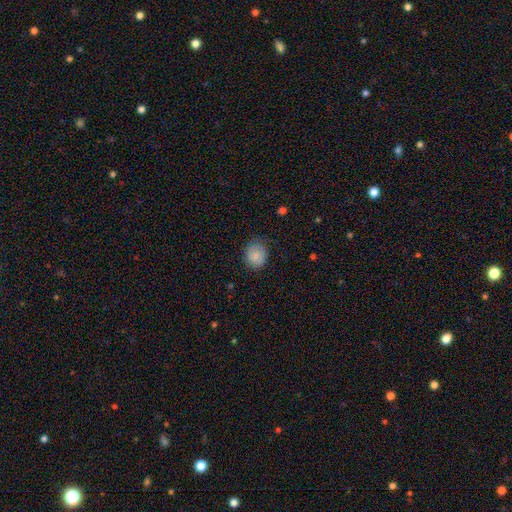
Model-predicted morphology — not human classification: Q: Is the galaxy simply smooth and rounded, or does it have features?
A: smooth — 80%.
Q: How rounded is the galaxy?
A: round — 65%.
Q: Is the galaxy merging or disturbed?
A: none — 77%.